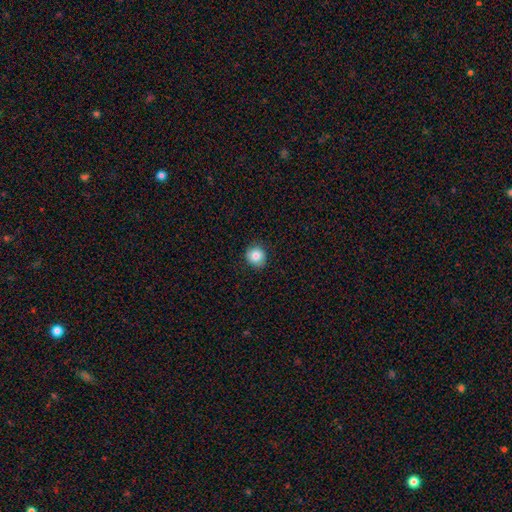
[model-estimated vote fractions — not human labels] Morphology: type=smooth (82%); roundness=round (86%); merging=none (86%).